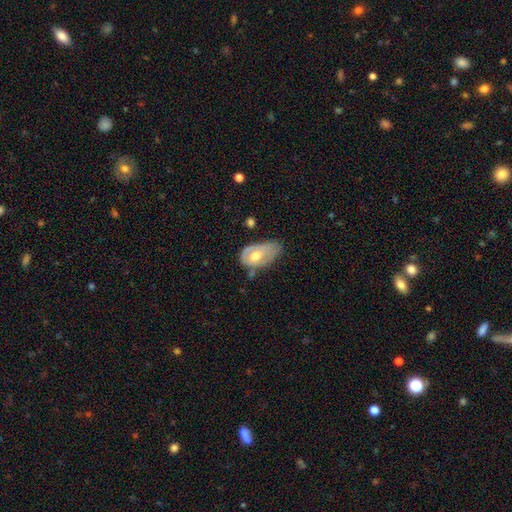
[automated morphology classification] A featured or disk galaxy (48%).

Vote fractions:
- Smooth or featured? featured or disk: 48% / smooth: 46% / star or artifact: 6%
- Merging? minor disturbance: 40% / major disturbance: 27% / none: 26% / merger: 7%